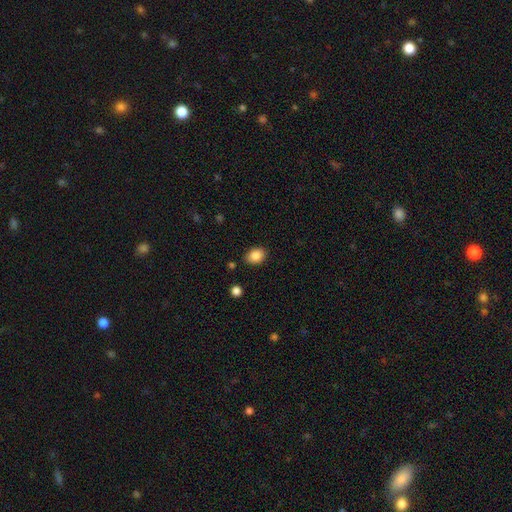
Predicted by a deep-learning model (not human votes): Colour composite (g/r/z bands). It shows a smooth galaxy with no disk features (86%) that is in between round and cigar-shaped (70%). Merging: none (85%).